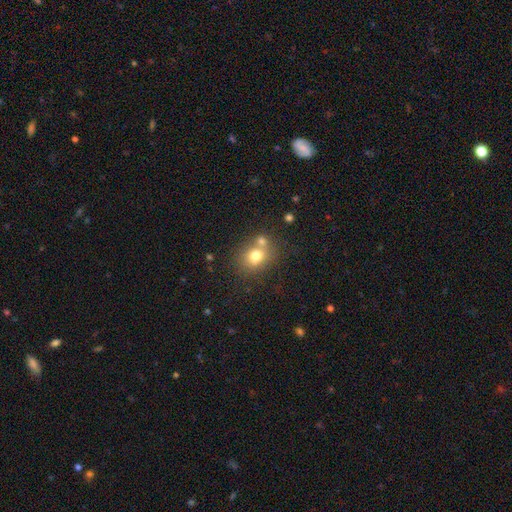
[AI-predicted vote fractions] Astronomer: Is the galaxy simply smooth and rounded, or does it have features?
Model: smooth — 73%.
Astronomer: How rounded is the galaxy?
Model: round — 61% (runner-up: in between, 38%).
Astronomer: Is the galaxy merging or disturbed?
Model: none — 56%.